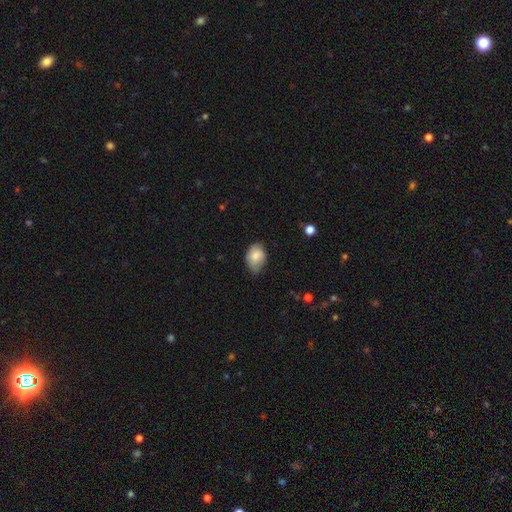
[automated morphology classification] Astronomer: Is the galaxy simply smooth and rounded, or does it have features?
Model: smooth — 81%.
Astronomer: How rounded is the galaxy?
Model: in between — 82%.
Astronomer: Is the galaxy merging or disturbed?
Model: none — 63%.